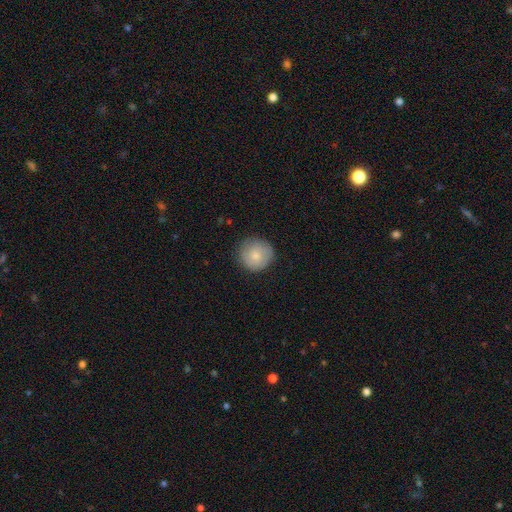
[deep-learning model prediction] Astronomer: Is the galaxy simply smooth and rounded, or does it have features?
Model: smooth — 72%.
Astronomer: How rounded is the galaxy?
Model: round — 93%.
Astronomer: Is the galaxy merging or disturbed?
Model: none — 85%.